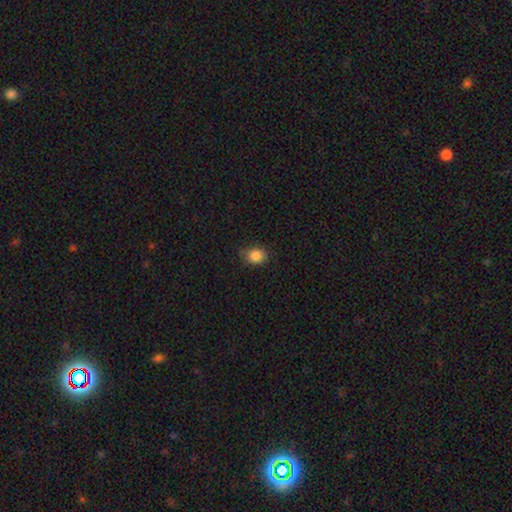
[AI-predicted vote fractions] Smooth or featured: smooth — 87% (star or artifact — 9%)
How rounded: in between — 57% (round — 42%)
Merging: none — 75% (minor disturbance — 20%)